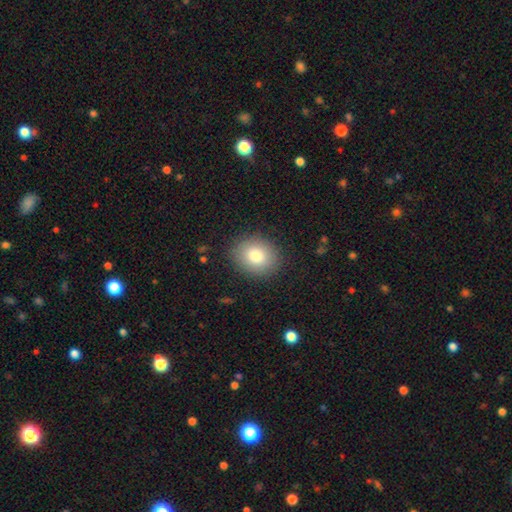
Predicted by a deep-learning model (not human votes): This is clearly a smooth galaxy (81%). How rounded: possibly round (54%). Merging: clearly none (87%).